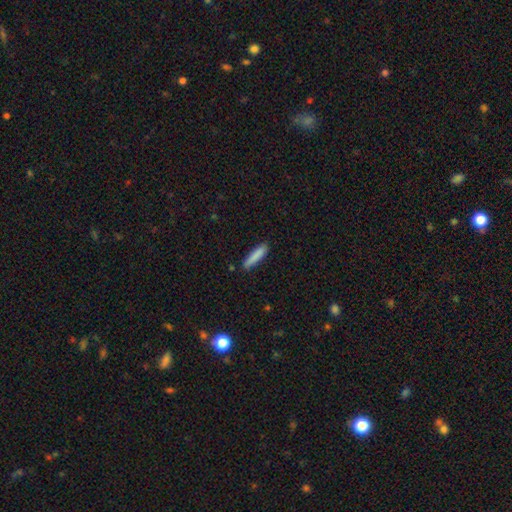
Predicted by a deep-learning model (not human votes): Overall: smooth (85%). How rounded: cigar-shaped (82%). Merging: none (83%).